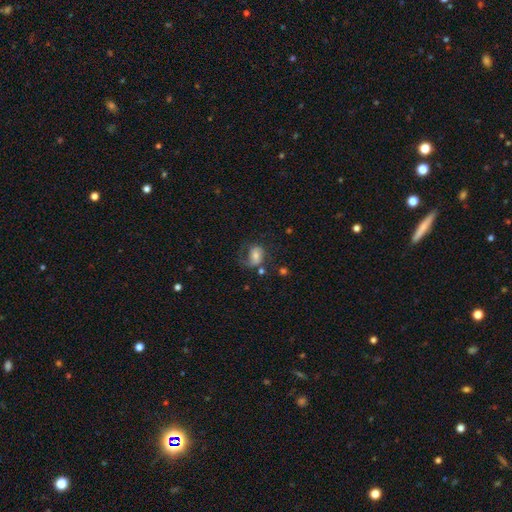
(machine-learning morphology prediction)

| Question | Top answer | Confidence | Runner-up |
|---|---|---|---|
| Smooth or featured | featured or disk | 52% | smooth (39%) |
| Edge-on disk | no | 97% | yes (3%) |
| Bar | no | 57% | weak (32%) |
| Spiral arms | yes | 81% | no (19%) |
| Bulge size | moderate | 50% | small (32%) |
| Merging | none | 38% | major disturbance (34%) |